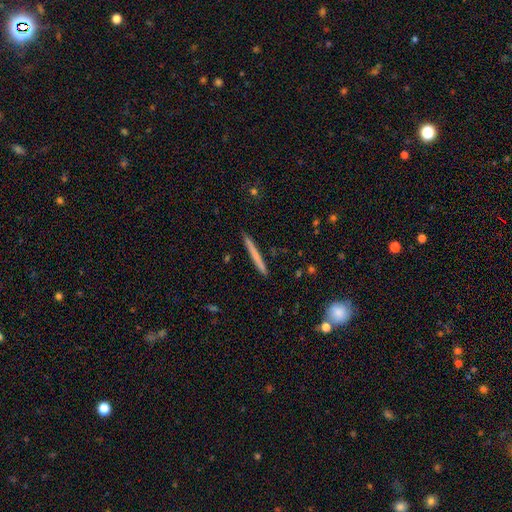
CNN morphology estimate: This appears to be a smooth galaxy with no disk features (64%) that is cigar-shaped (97%). Merging: none (91%).